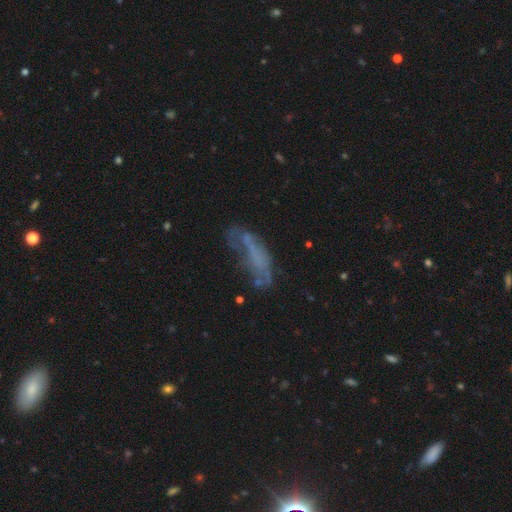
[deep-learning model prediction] Smooth or featured? Predicted: featured or disk (p=0.46). Merging? Predicted: none (p=0.37).